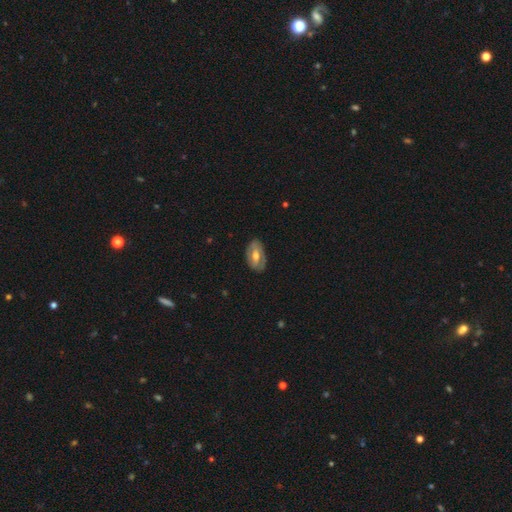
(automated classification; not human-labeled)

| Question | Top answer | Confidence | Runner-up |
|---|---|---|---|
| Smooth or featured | featured or disk | 56% | smooth (38%) |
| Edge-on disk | no | 91% | yes (9%) |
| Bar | weak | 40% | no (35%) |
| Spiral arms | no | 53% | yes (47%) |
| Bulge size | moderate | 72% | small (15%) |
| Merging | none | 80% | minor disturbance (16%) |